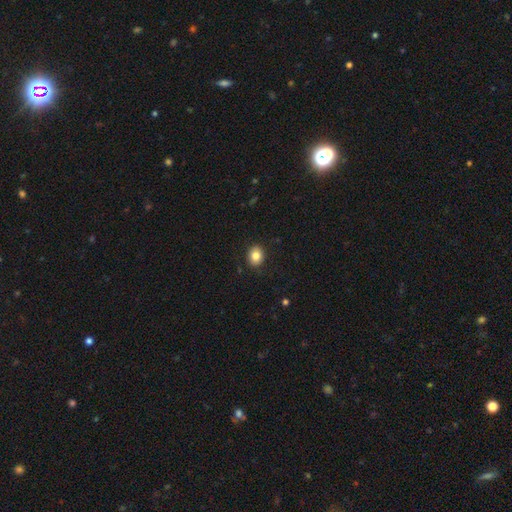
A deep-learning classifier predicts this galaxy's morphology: The model was most divided on "how rounded": round: 59%, in between: 41%, cigar-shaped: 1%. More confident: merging — none (89%); smooth or featured — smooth (84%).